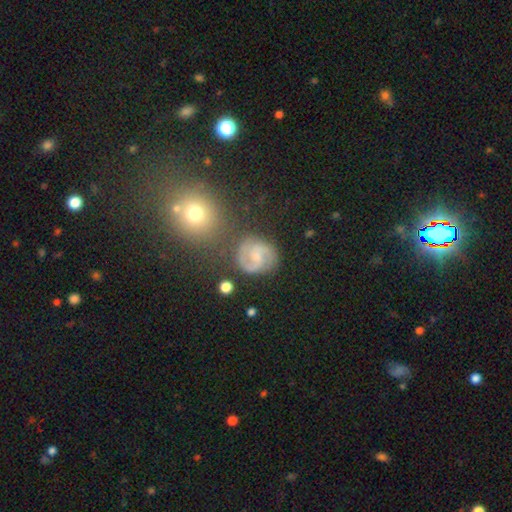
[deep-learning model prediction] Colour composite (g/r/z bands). It shows a featured or disk galaxy (75%) with a weak bar (52%), 2 (86%) medium (55%) spiral arms (94%) and a small central bulge (55%). Merging: none (72%).